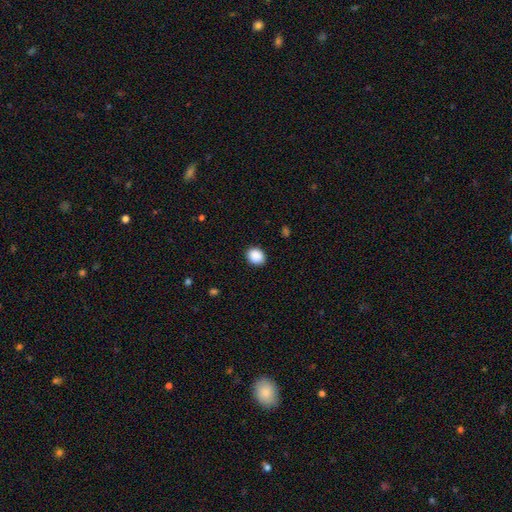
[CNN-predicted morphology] Smooth or featured?
  - smooth: 90% *
  - star or artifact: 8%
  - featured or disk: 2%
How rounded?
  - round: 59% *
  - in between: 40%
  - cigar-shaped: 1%
Merging?
  - none: 89% *
  - minor disturbance: 8%
  - major disturbance: 2%
  - merger: 1%